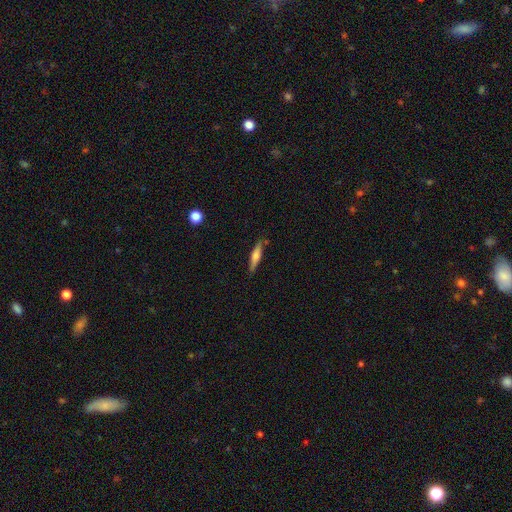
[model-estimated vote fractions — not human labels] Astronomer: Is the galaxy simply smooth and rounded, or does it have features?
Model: smooth — 52% (runner-up: featured or disk, 42%).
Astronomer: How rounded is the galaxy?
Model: cigar-shaped — 84%.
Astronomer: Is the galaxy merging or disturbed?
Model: none — 84%.